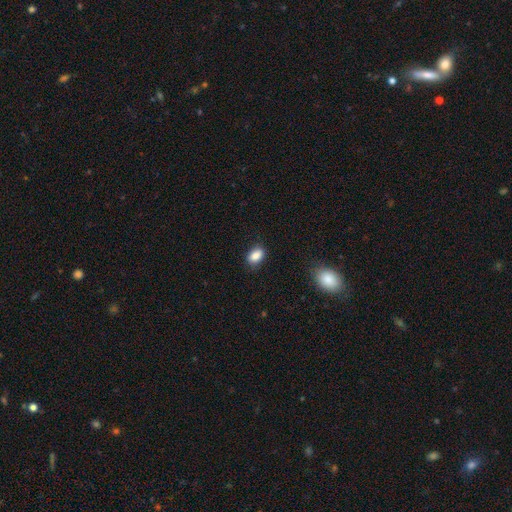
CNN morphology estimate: smooth 87%, star or artifact 8%, featured or disk 4%. Down the decision tree: how rounded — in between (86%); merging — none (81%).